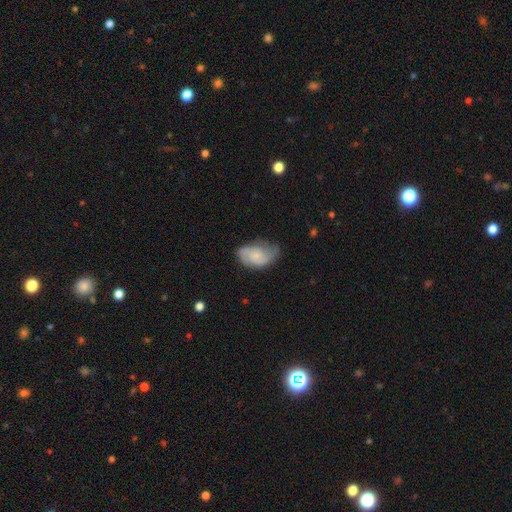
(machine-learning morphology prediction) featured or disk 65%, smooth 29%, star or artifact 6%. Down the decision tree: edge-on disk — no (97%); bar — no (68%); spiral arms — yes (92%); spiral arm count — 2 (65%); spiral winding — medium (44%); bulge size — small (60%); merging — none (57%).